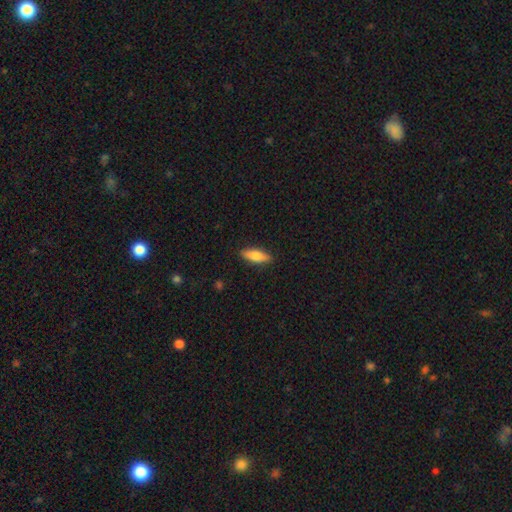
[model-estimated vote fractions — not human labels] This appears to be a smooth galaxy with no disk features (71%) that is in between round and cigar-shaped (57%). Merging: none (89%).